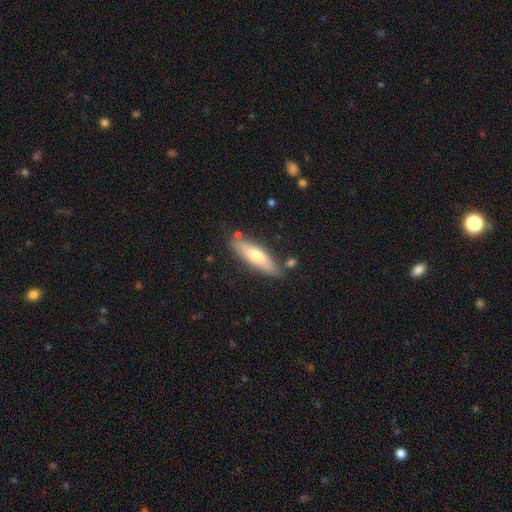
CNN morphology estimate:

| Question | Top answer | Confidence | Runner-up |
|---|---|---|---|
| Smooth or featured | smooth | 59% | featured or disk (35%) |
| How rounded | cigar-shaped | 59% | in between (39%) |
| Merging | none | 79% | minor disturbance (14%) |